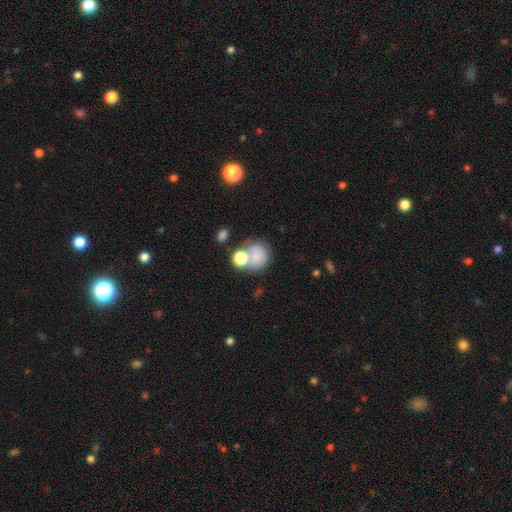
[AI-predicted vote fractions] Smooth or featured?
  - smooth: 74% *
  - featured or disk: 14%
  - star or artifact: 11%
How rounded?
  - round: 71% *
  - in between: 28%
  - cigar-shaped: 1%
Merging?
  - none: 37% * (tied)
  - merger: 37% * (tied)
  - minor disturbance: 15%
  - major disturbance: 11%